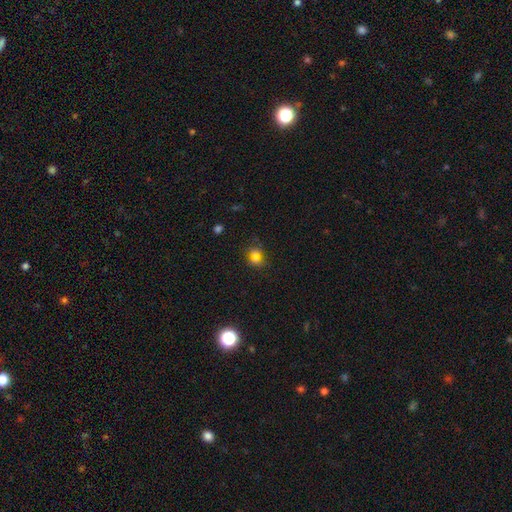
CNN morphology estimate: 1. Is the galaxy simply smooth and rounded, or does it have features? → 58% smooth, 30% star or artifact, 13% featured or disk.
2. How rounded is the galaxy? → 59% round, 35% in between, 6% cigar-shaped.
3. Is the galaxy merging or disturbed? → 76% none, 13% minor disturbance, 6% merger, 5% major disturbance.